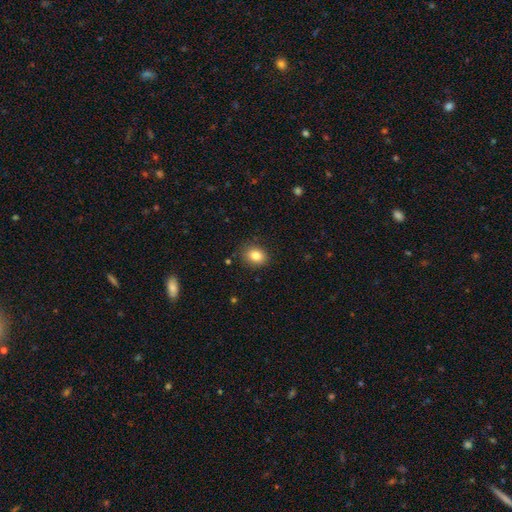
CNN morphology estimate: This is clearly a smooth galaxy (83%). How rounded: possibly in between (53%). Merging: clearly none (86%).